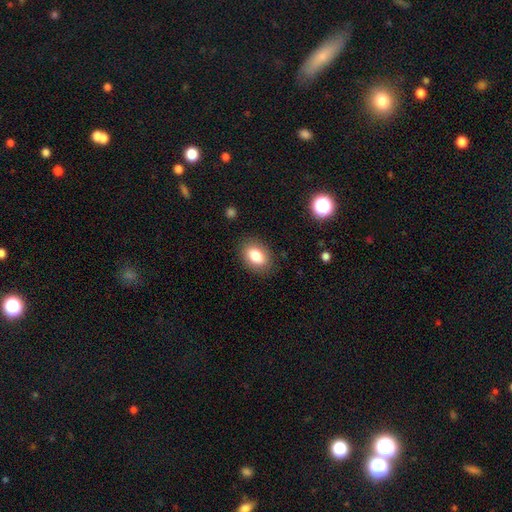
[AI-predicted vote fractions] Smooth or featured: smooth — 83% (featured or disk — 9%)
How rounded: in between — 83% (round — 16%)
Merging: none — 86% (minor disturbance — 10%)